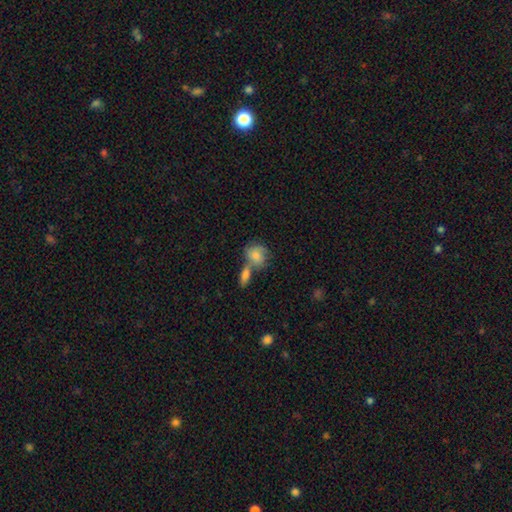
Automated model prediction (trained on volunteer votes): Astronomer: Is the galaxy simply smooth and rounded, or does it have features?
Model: smooth — 77%.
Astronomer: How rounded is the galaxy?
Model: round — 56% (runner-up: in between, 41%).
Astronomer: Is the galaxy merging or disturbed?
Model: merger — 43% (runner-up: none, 38%).